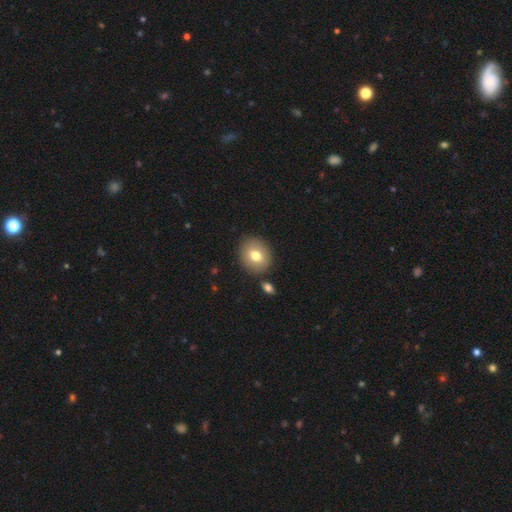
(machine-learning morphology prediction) Q: Smooth or featured?
A: smooth (75%); runner-up: featured or disk (17%)
Q: How rounded?
A: round (66%); runner-up: in between (33%)
Q: Merging?
A: none (82%); runner-up: minor disturbance (9%)